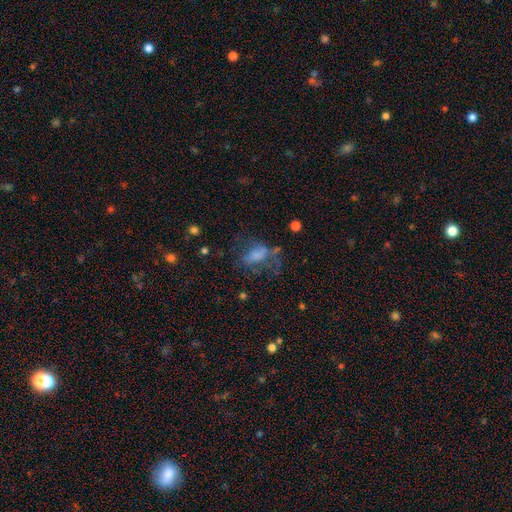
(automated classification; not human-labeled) smooth_or_featured: smooth (p=0.43) [alt: featured or disk p=0.37]
merging: major disturbance (p=0.38) [alt: none p=0.36]